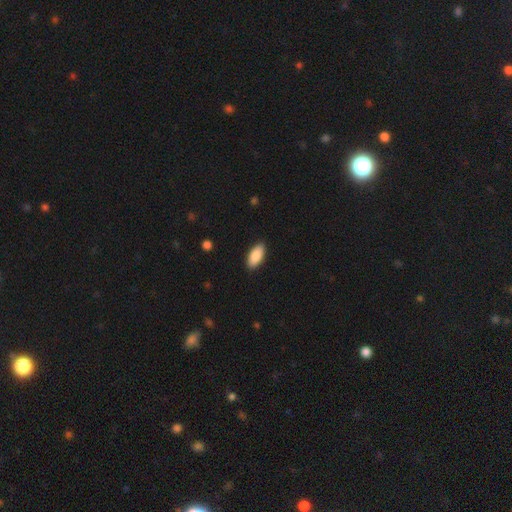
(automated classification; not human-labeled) smooth_or_featured: smooth (p=0.87) [alt: featured or disk p=0.07]
how_rounded: in between (p=0.88) [alt: cigar-shaped p=0.10]
merging: none (p=0.88) [alt: minor disturbance p=0.09]